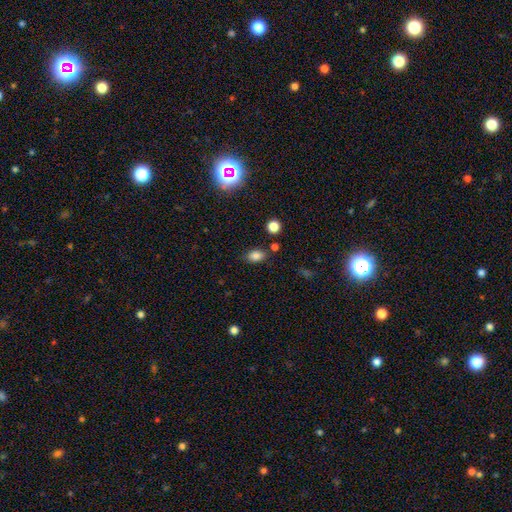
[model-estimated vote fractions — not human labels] Smooth or featured? smooth (83%)
How rounded? in between (80%)
Merging? none (78%)